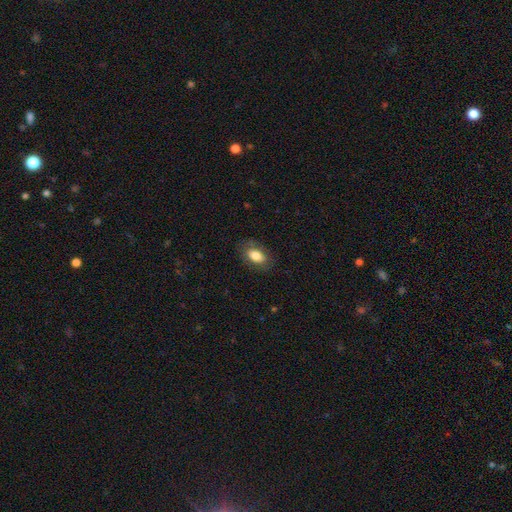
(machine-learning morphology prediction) Smooth or featured? smooth (77%)
How rounded? in between (91%)
Merging? none (81%)